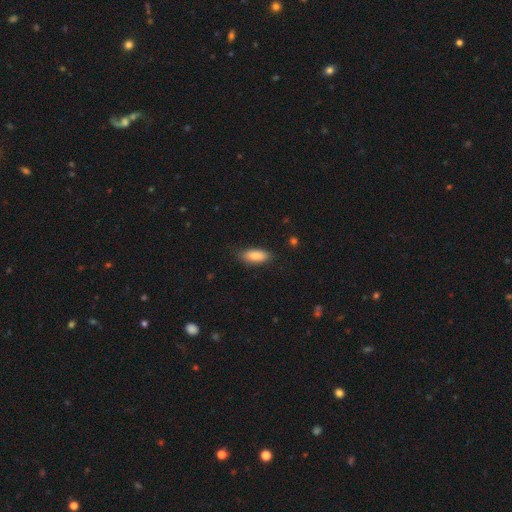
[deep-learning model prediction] This appears to be a smooth galaxy with no disk features (85%) that is in between round and cigar-shaped (81%). Merging: none (82%).